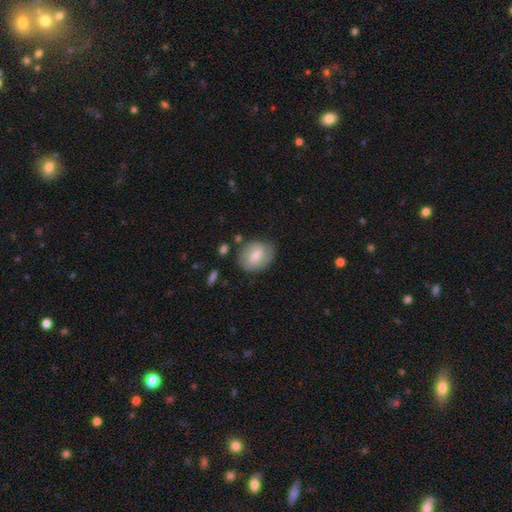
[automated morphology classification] This appears to be a smooth galaxy with no disk features (52%) that is in between round and cigar-shaped (50%). Merging: none (74%).